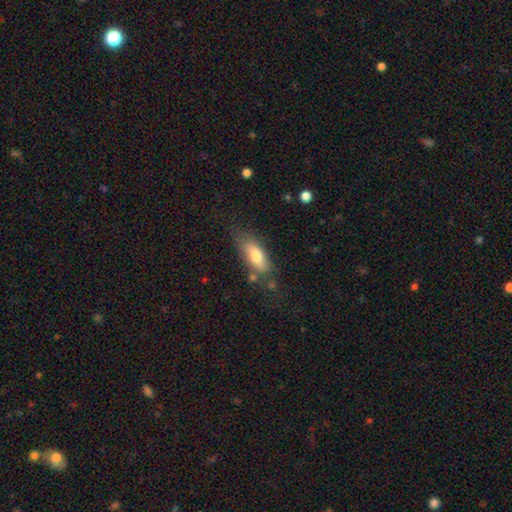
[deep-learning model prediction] A smooth galaxy with no disk features (74%) that is in between round and cigar-shaped (80%). Merging: none (62%).